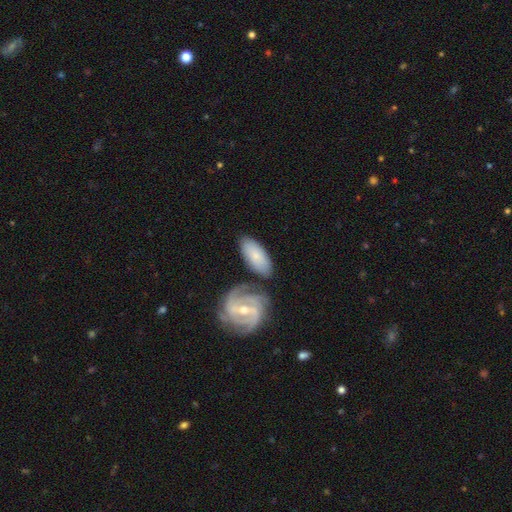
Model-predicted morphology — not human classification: Smooth or featured? Predicted: smooth (p=0.59). How rounded? Predicted: in between (p=0.86). Merging? Predicted: none (p=0.64).